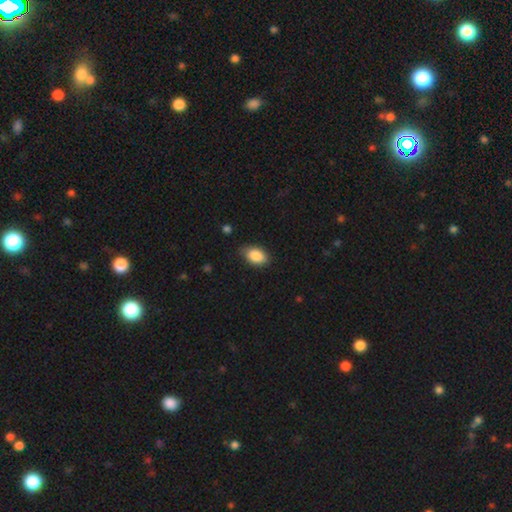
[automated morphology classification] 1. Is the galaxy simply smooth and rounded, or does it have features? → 88% smooth, 7% star or artifact, 5% featured or disk.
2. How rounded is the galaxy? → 90% in between, 8% round, 1% cigar-shaped.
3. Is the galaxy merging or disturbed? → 80% none, 16% minor disturbance, 3% major disturbance, 1% merger.